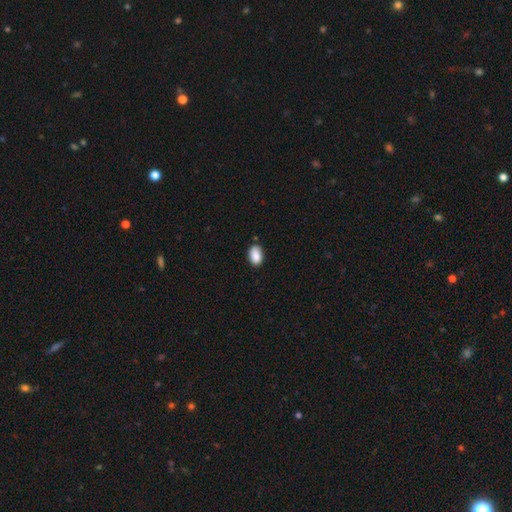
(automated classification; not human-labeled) Overall: smooth (88%). How rounded: in between (89%). Merging: none (81%).